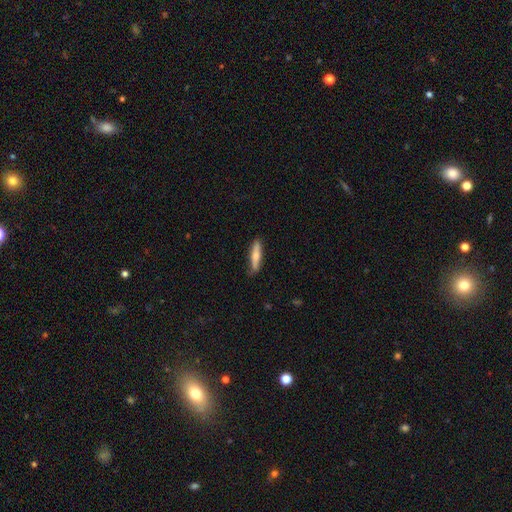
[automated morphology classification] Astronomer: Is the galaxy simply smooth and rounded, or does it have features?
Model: smooth — 62%.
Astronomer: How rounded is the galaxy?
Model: cigar-shaped — 82%.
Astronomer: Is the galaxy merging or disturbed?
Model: none — 84%.